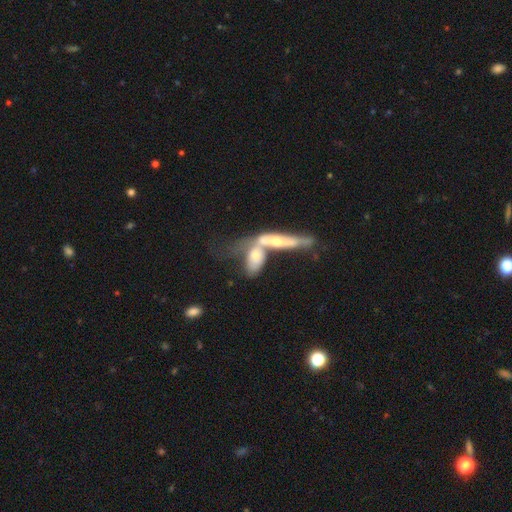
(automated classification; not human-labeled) smooth_or_featured: smooth (p=0.47) [alt: featured or disk p=0.46]
merging: merger (p=0.67) [alt: none p=0.17]